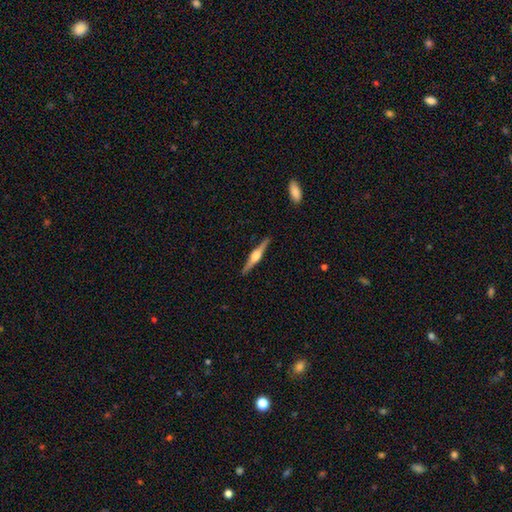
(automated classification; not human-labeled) A featured or disk galaxy (80%) viewed edge-on (98%) with a rounded central bulge (92%). Merging: none (92%).